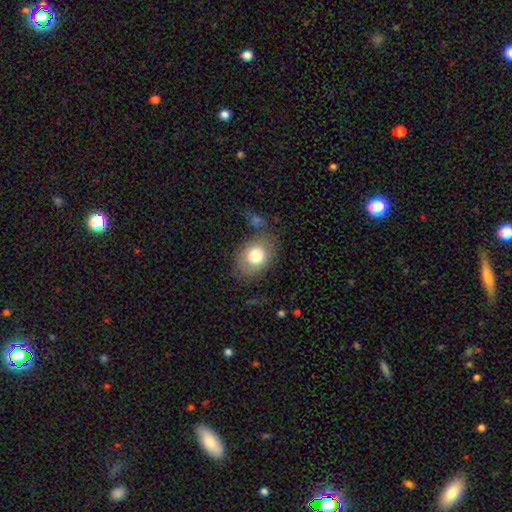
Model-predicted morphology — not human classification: This is likely a smooth galaxy (77%). How rounded: possibly in between (59%). Merging: likely none (70%).